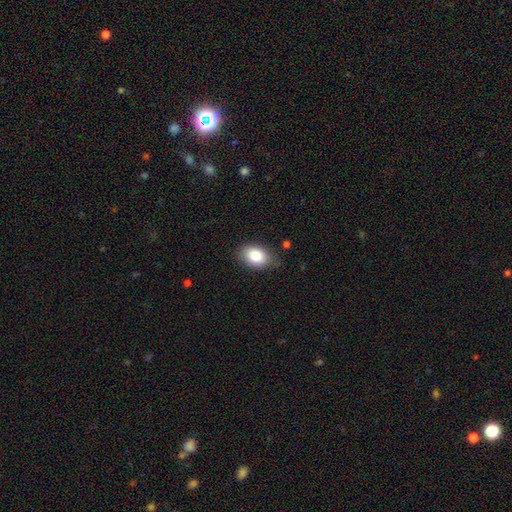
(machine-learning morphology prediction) Overall: smooth (82%). How rounded: in between (85%). Merging: none (79%).